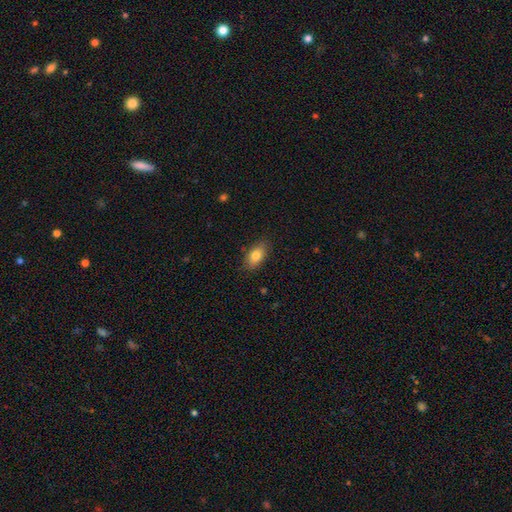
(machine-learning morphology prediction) This appears to be a smooth galaxy with no disk features (81%) that is in between round and cigar-shaped (88%). Merging: none (85%).